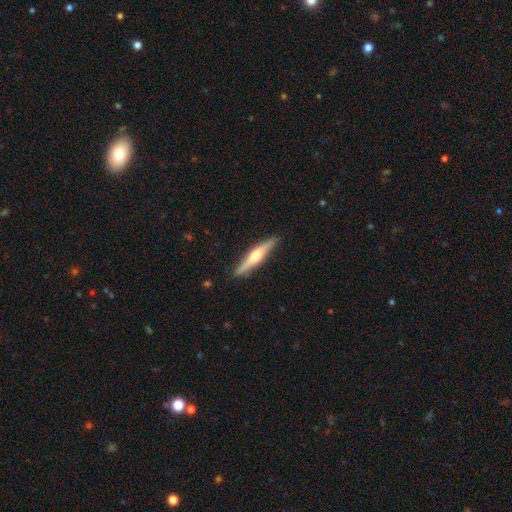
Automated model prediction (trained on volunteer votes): A featured or disk galaxy (56%) viewed edge-on (95%) with a rounded central bulge (89%).

Vote fractions:
- Smooth or featured? featured or disk: 56% / smooth: 39% / star or artifact: 5%
- Edge-on disk? yes: 95% / no: 5%
- Edge-on bulge? rounded: 89% / none: 7% / boxy: 4%
- Merging? none: 89% / minor disturbance: 8% / major disturbance: 2% / merger: 1%